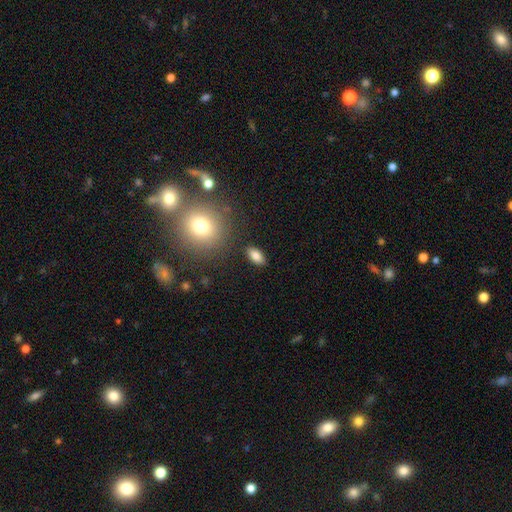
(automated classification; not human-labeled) The model was most divided on "smooth or featured": smooth: 82%, star or artifact: 9%, featured or disk: 8%. More confident: how rounded — in between (89%); merging — none (87%).